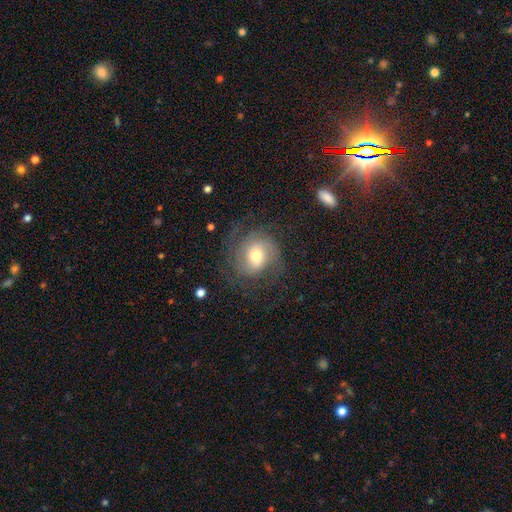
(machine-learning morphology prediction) This appears to be a featured or disk galaxy (71%) with no bar (56%), 2 (49%) tight (45%) spiral arms (91%) and a moderate central bulge (63%). Merging: none (68%).